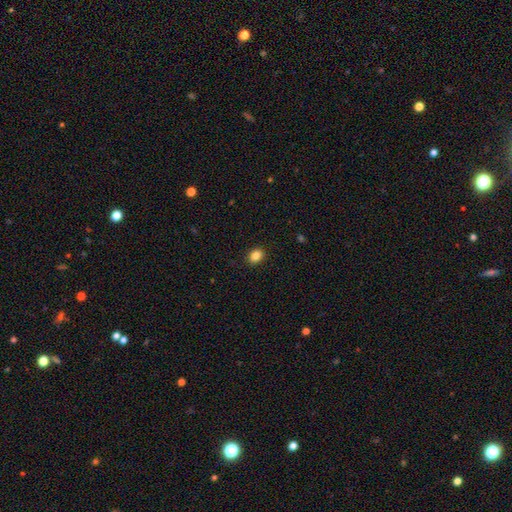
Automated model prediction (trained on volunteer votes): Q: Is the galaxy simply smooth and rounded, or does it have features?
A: smooth — 86%.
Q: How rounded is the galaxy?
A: in between — 55%.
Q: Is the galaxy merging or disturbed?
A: none — 90%.